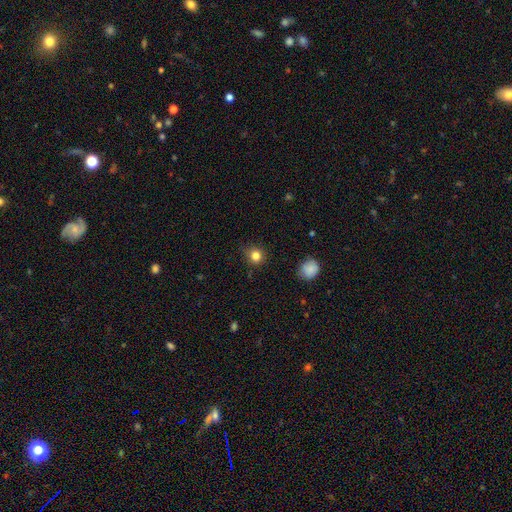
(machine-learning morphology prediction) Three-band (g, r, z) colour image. It shows a smooth galaxy with no disk features (82%) that is round (87%). Merging: none (80%).